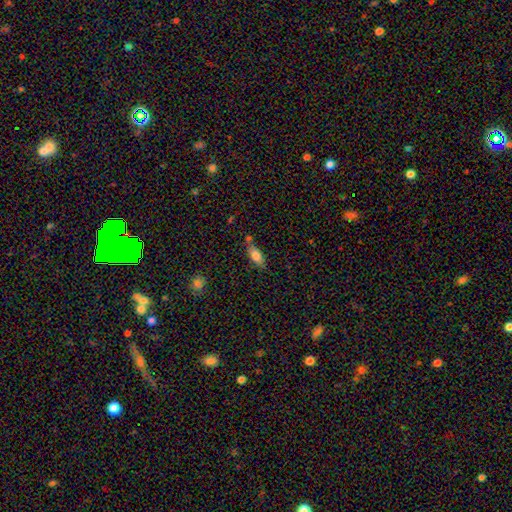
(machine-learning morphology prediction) A smooth galaxy with no disk features (78%) that is in between round and cigar-shaped (78%). Merging: none (64%).